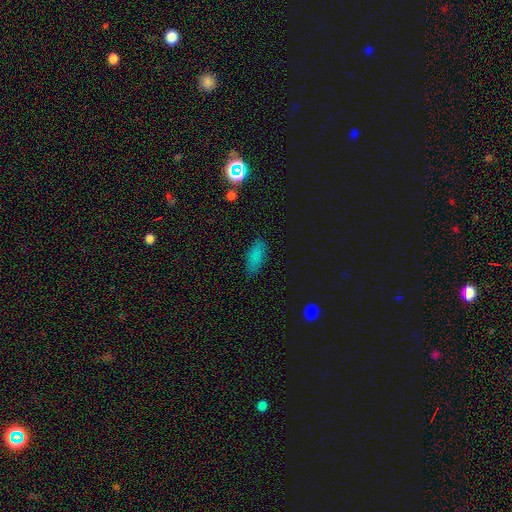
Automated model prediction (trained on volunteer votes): Smooth or featured? smooth (80%)
How rounded? in between (83%)
Merging? none (84%)